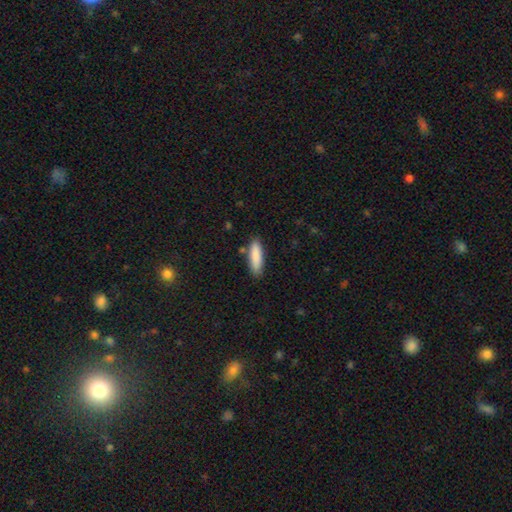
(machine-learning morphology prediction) Smooth or featured? smooth (87%)
How rounded? cigar-shaped (58%)
Merging? none (84%)